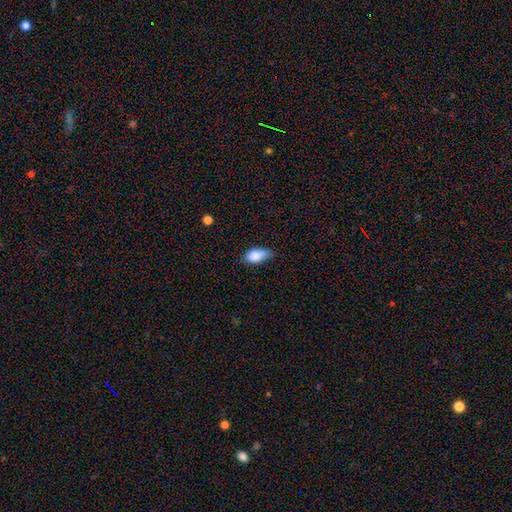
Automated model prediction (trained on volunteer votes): Smooth or featured? smooth (86%)
How rounded? in between (90%)
Merging? none (55%)